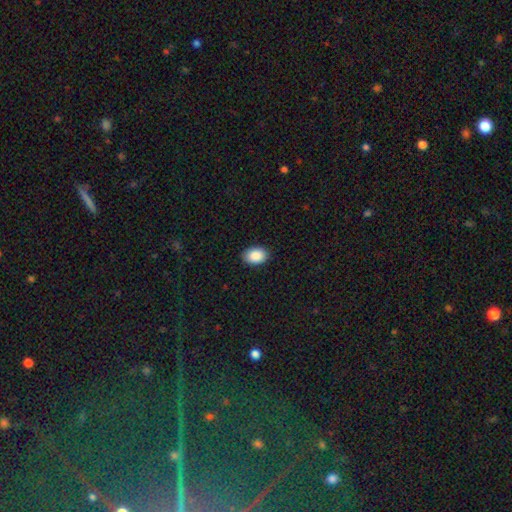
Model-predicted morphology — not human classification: Smooth or featured: smooth — 89% (star or artifact — 7%)
How rounded: in between — 83% (round — 16%)
Merging: none — 88% (minor disturbance — 9%)